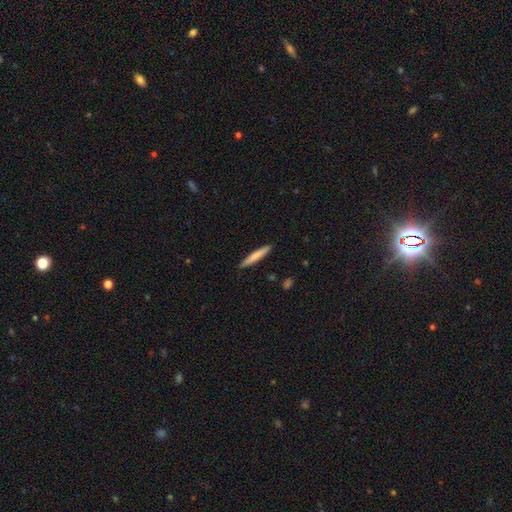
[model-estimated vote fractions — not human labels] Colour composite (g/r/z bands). It shows a smooth galaxy with no disk features (73%) that is cigar-shaped (94%). Merging: none (90%).